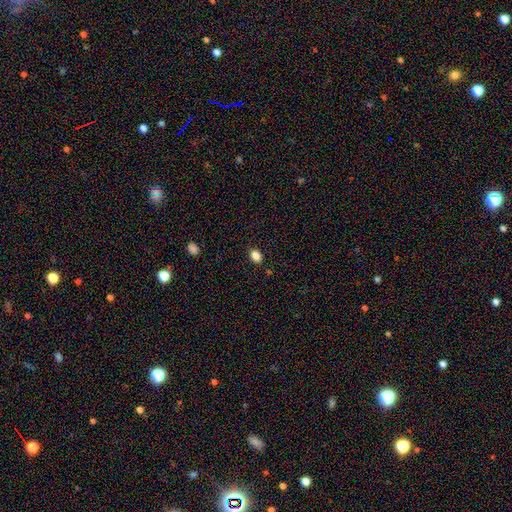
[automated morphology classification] Smooth or featured? Predicted: smooth (p=0.85). How rounded? Predicted: in between (p=0.73). Merging? Predicted: none (p=0.87).